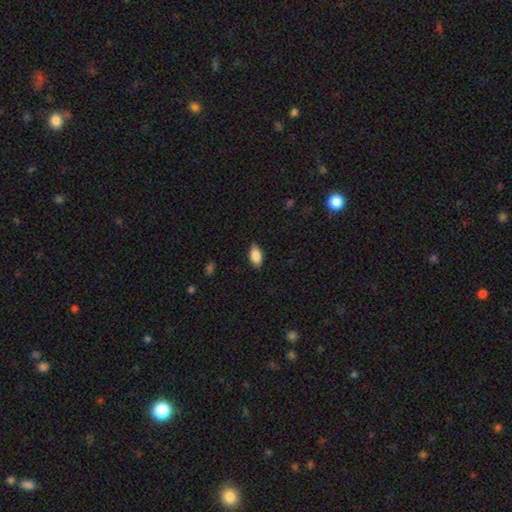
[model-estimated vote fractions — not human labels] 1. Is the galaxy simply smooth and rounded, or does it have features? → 87% smooth, 7% star or artifact, 6% featured or disk.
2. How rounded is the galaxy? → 92% in between, 4% cigar-shaped, 4% round.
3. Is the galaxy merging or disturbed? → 86% none, 11% minor disturbance, 2% major disturbance, 1% merger.